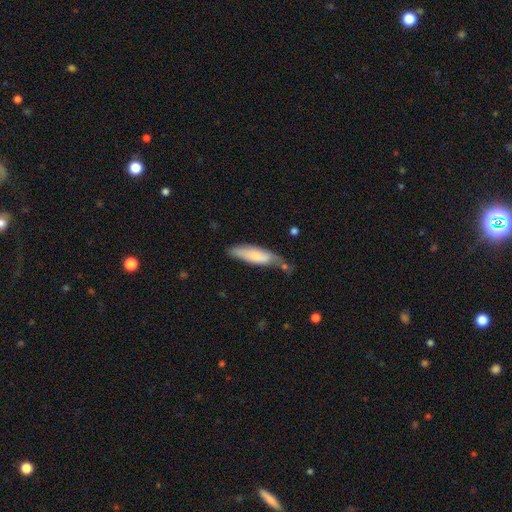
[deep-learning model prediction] A smooth galaxy with no disk features (68%) that is cigar-shaped (57%). Merging: none (45%).